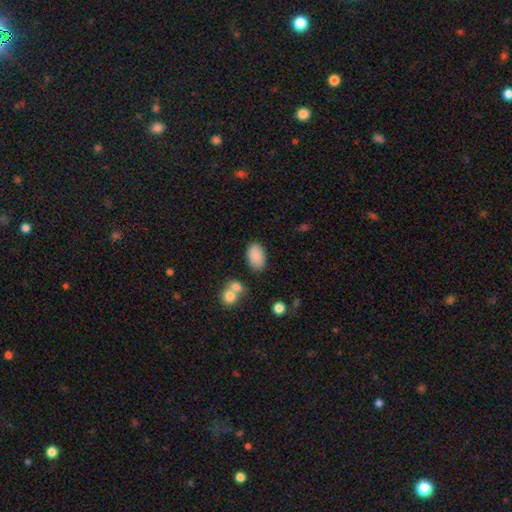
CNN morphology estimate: This appears to be a smooth galaxy with no disk features (87%) that is in between round and cigar-shaped (93%). Merging: none (79%).